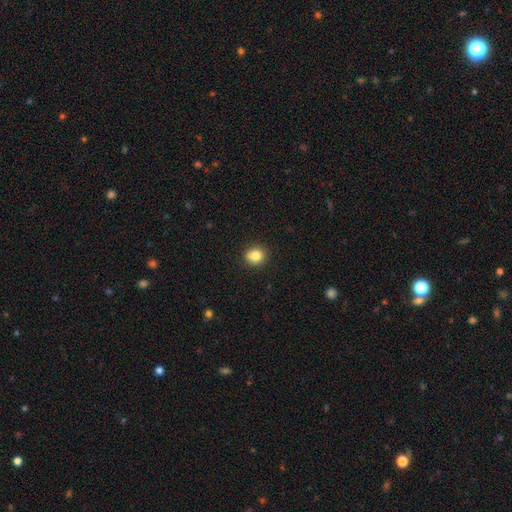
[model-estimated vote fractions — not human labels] Overall: smooth (82%). How rounded: round (83%). Merging: none (85%).